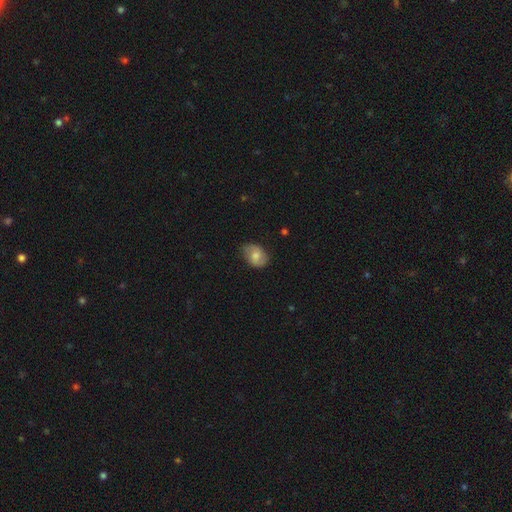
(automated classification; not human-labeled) The model was most divided on "smooth or featured": smooth: 60%, featured or disk: 32%, star or artifact: 8%. More confident: merging — none (73%); how rounded — in between (71%).